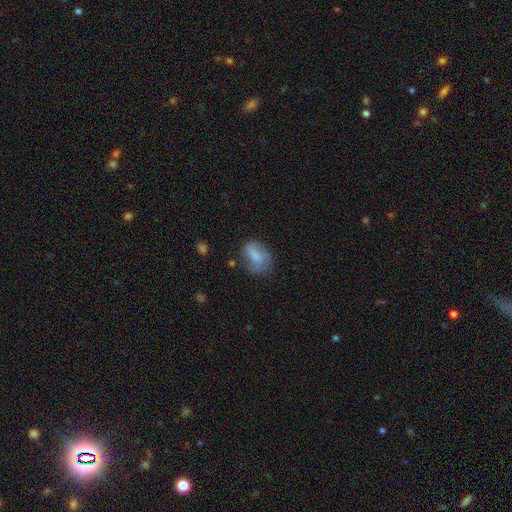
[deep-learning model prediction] The model was most divided on "merging": none: 49%, minor disturbance: 30%, major disturbance: 18%, merger: 3%. More confident: smooth or featured — smooth (72%); how rounded — in between (72%).